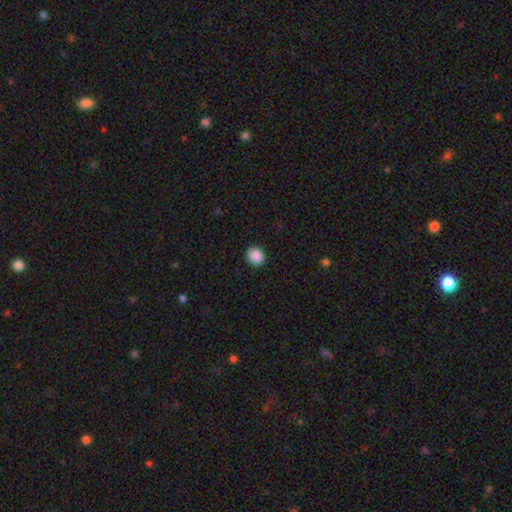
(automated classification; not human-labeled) This appears to be a smooth galaxy with no disk features (89%) that is round (69%). Merging: none (91%).